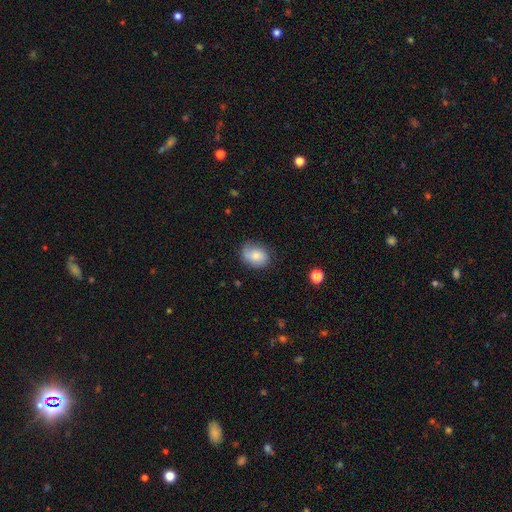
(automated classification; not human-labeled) Q: Smooth or featured?
A: smooth (73%); runner-up: featured or disk (19%)
Q: How rounded?
A: in between (59%); runner-up: round (40%)
Q: Merging?
A: none (68%); runner-up: minor disturbance (24%)